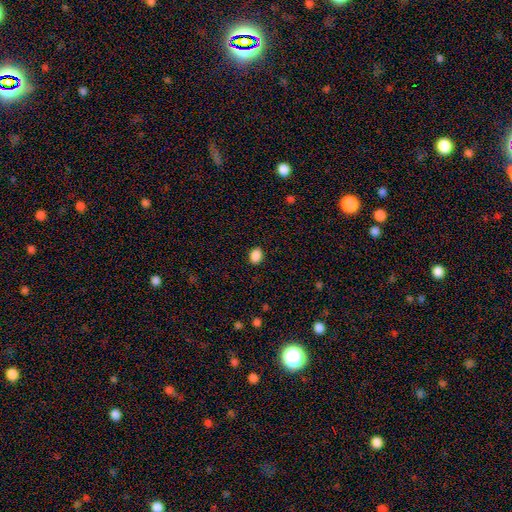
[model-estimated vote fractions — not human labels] smooth-or-featured: smooth: 88% | star or artifact: 9% | featured or disk: 3%
  how-rounded: in between: 64% | round: 35% | cigar-shaped: 1%
  merging: none: 88% | minor disturbance: 8% | major disturbance: 2% | merger: 1%